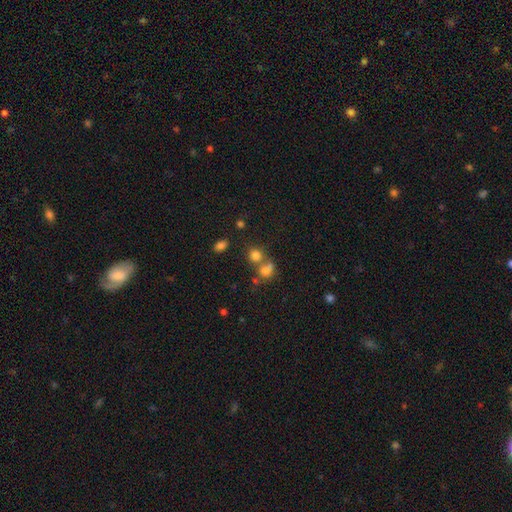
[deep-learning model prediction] Smooth or featured? smooth (76%)
How rounded? round (76%)
Merging? none (50%)